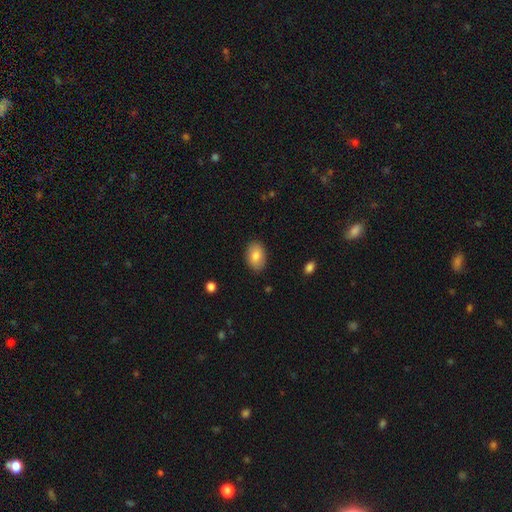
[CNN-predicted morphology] Smooth or featured? smooth (82%)
How rounded? in between (86%)
Merging? none (87%)